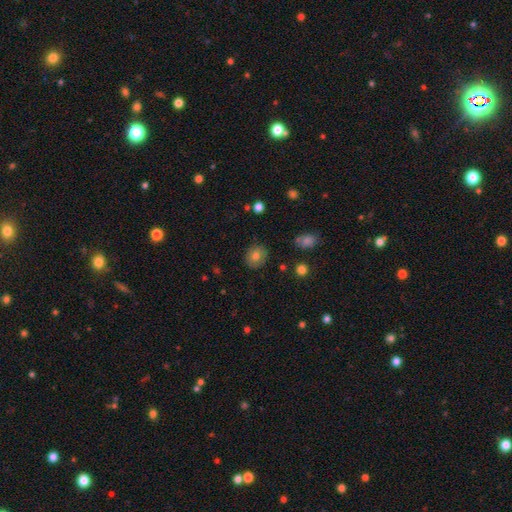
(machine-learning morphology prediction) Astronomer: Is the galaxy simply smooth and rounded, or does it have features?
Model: smooth — 77%.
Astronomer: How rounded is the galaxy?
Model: round — 77%.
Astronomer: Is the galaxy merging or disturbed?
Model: none — 86%.